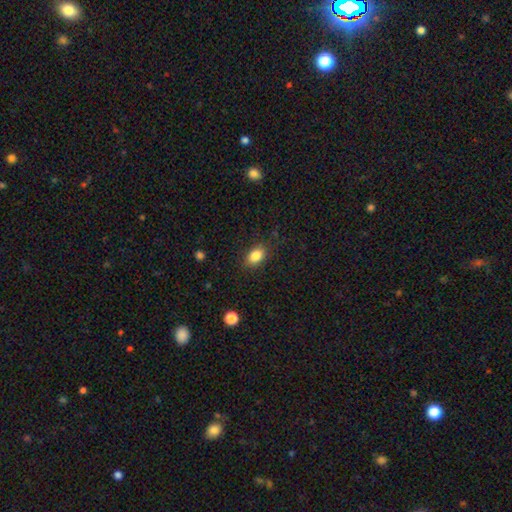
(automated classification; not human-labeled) Overall: smooth (85%). How rounded: in between (81%). Merging: none (85%).